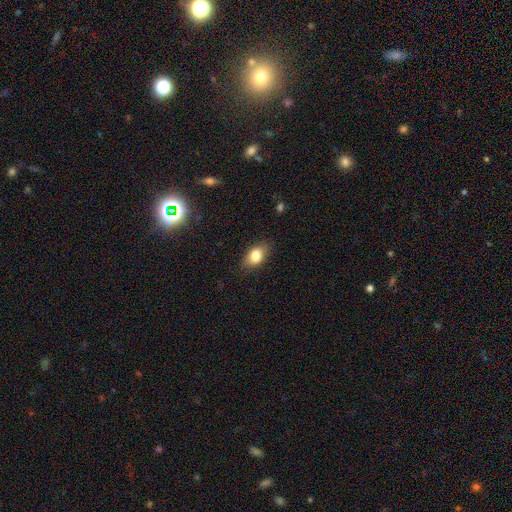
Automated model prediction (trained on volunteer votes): smooth 81%, featured or disk 11%, star or artifact 8%. Down the decision tree: how rounded — in between (84%); merging — none (82%).